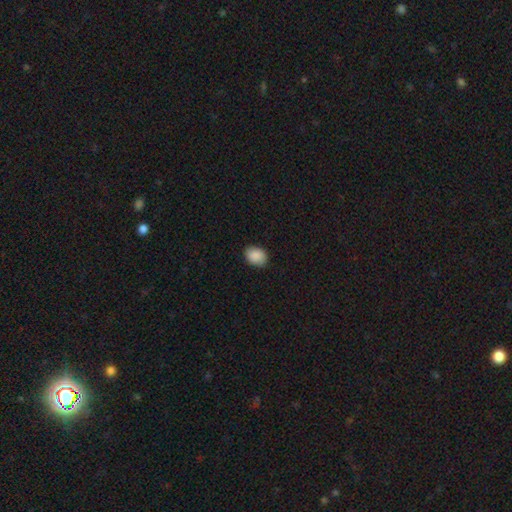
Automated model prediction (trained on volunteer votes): Smooth or featured: smooth — 90% (star or artifact — 7%)
How rounded: in between — 64% (round — 35%)
Merging: none — 87% (minor disturbance — 10%)